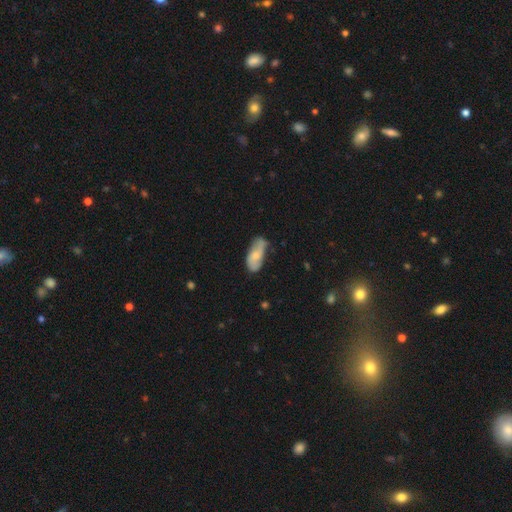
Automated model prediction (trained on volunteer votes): smooth-or-featured: smooth: 60% | featured or disk: 33% | star or artifact: 7%
  how-rounded: in between: 85% | cigar-shaped: 12% | round: 3%
  merging: none: 44% | minor disturbance: 37% | major disturbance: 12% | merger: 6%